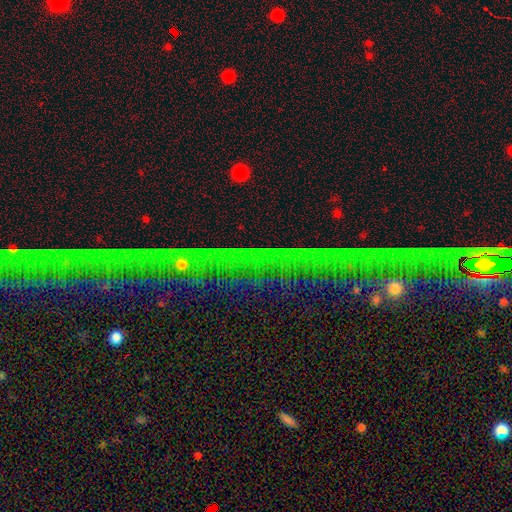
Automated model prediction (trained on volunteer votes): Smooth or featured? Predicted: star or artifact (p=0.80).